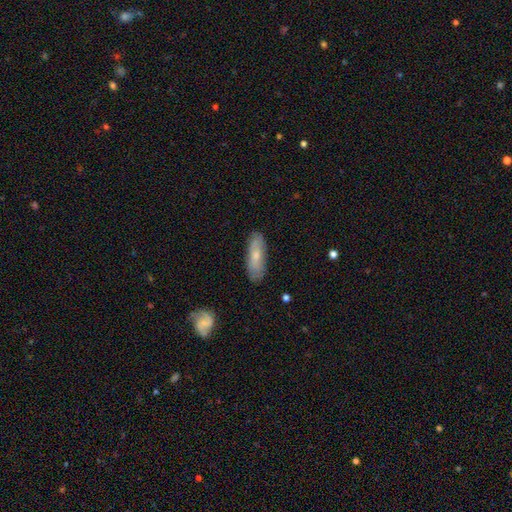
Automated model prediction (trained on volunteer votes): This appears to be a smooth galaxy with no disk features (63%) that is in between round and cigar-shaped (57%). Merging: none (83%).